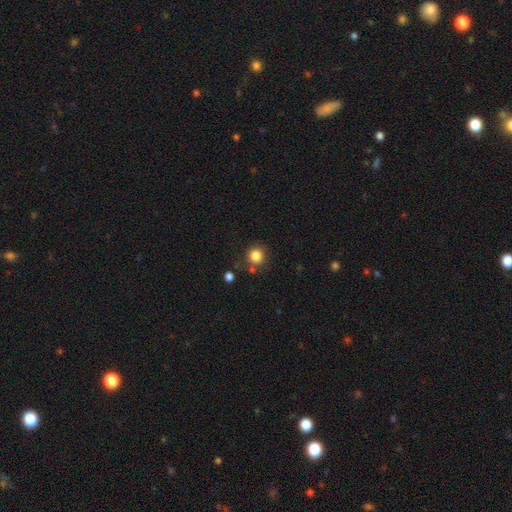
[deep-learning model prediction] A smooth galaxy with no disk features (83%) that is round (90%). Merging: none (78%).